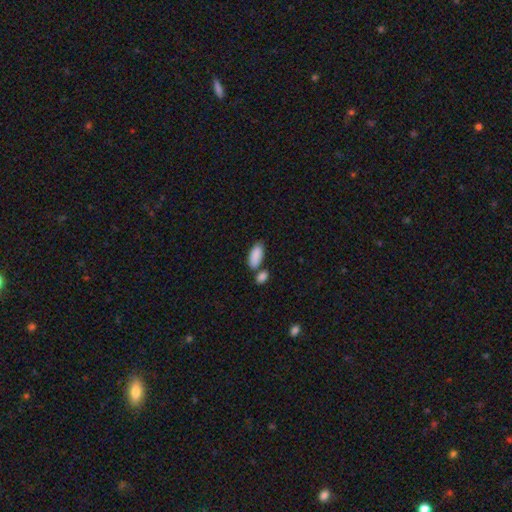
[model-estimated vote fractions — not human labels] Smooth or featured? smooth (89%)
How rounded? in between (89%)
Merging? none (57%)